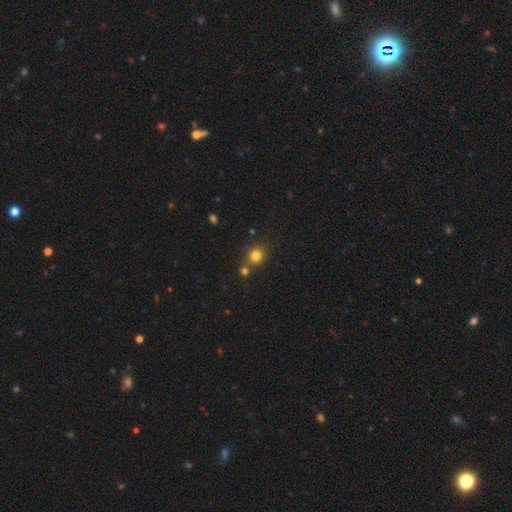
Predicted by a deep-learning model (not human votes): Smooth or featured?
  - smooth: 80% *
  - star or artifact: 14%
  - featured or disk: 7%
How rounded?
  - round: 78% *
  - in between: 21%
  - cigar-shaped: 1%
Merging?
  - none: 71% *
  - merger: 16%
  - minor disturbance: 10%
  - major disturbance: 3%